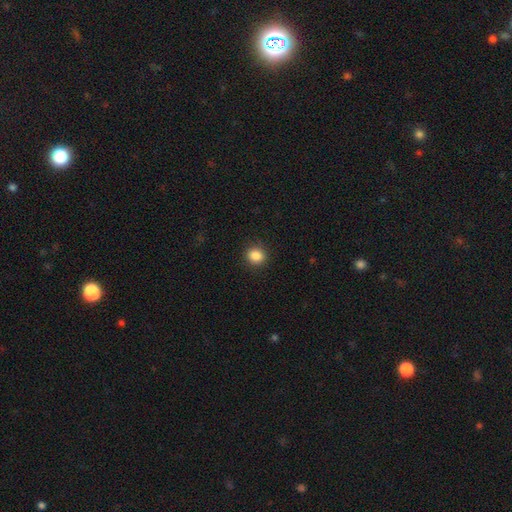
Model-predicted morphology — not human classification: A smooth galaxy with no disk features (86%) that is round (79%). Merging: none (89%).